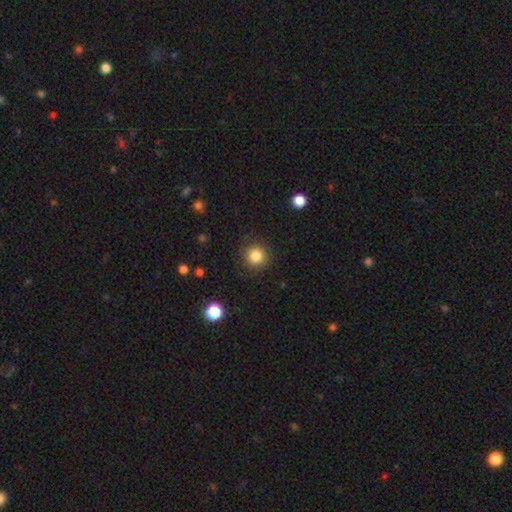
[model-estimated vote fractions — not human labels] A smooth galaxy with no disk features (84%) that is round (94%).

Vote fractions:
- Smooth or featured? smooth: 84% / star or artifact: 11% / featured or disk: 5%
- How rounded? round: 94% / in between: 5% / cigar-shaped: 1%
- Merging? none: 91% / minor disturbance: 6% / major disturbance: 2% / merger: 1%